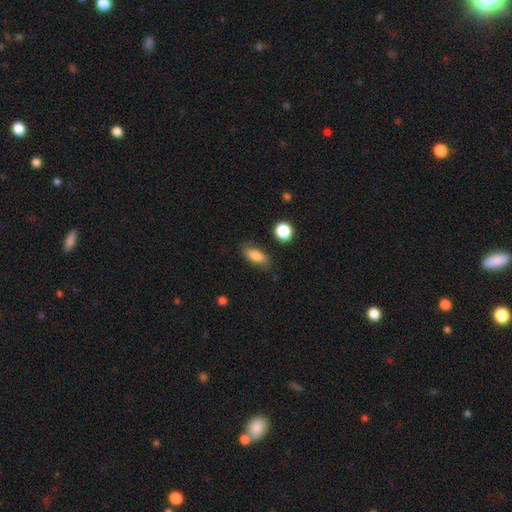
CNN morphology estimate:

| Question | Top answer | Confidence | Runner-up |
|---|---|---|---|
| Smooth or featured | smooth | 80% | featured or disk (12%) |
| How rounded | in between | 77% | cigar-shaped (18%) |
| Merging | none | 79% | minor disturbance (15%) |